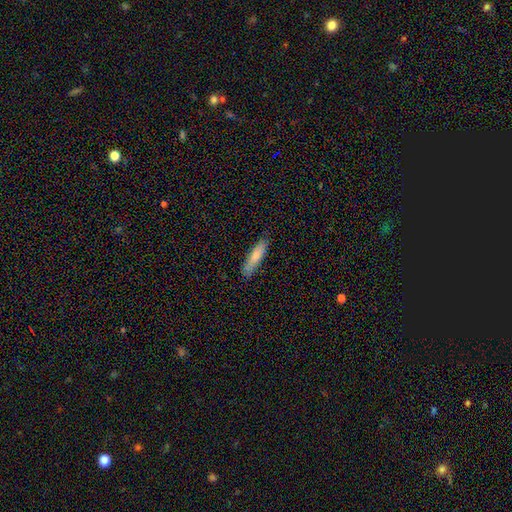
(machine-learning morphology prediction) The model was most divided on "how rounded": cigar-shaped: 73%, in between: 26%, round: 1%. More confident: merging — none (83%); smooth or featured — smooth (75%).